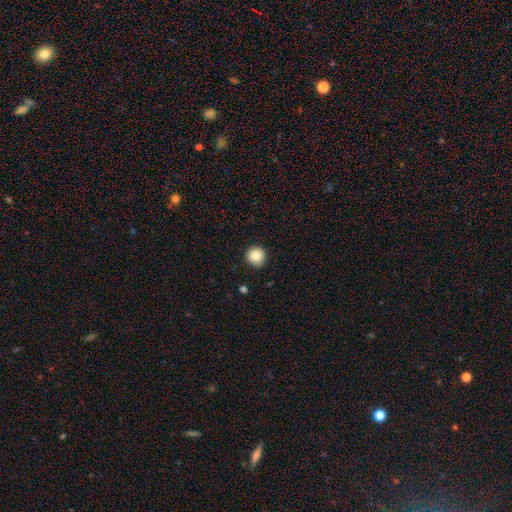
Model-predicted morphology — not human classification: A smooth galaxy with no disk features (85%) that is round (95%). Merging: none (91%).